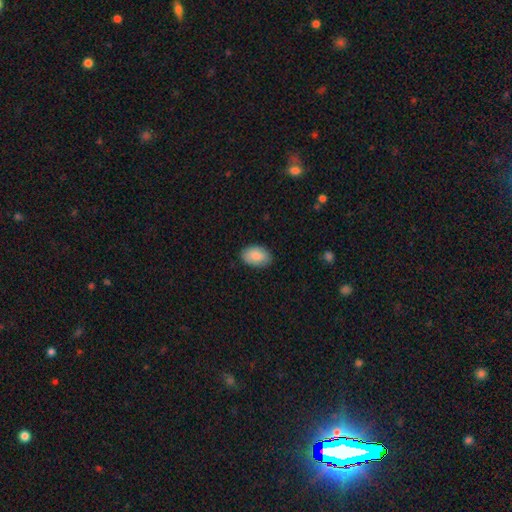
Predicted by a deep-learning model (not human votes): Smooth or featured?
  - smooth: 85% *
  - featured or disk: 9%
  - star or artifact: 6%
How rounded?
  - in between: 90% *
  - round: 9%
  - cigar-shaped: 1%
Merging?
  - none: 86% *
  - minor disturbance: 11%
  - major disturbance: 2%
  - merger: 1%